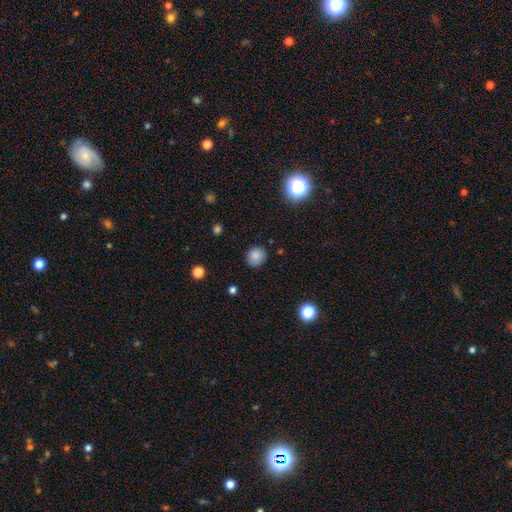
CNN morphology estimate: Smooth or featured? Predicted: smooth (p=0.83). How rounded? Predicted: round (p=0.89). Merging? Predicted: none (p=0.87).